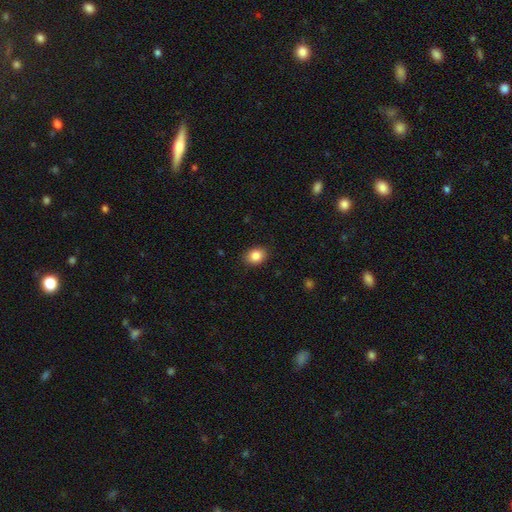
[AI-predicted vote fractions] smooth 86%, star or artifact 9%, featured or disk 5%. Down the decision tree: how rounded — in between (56%); merging — none (88%).